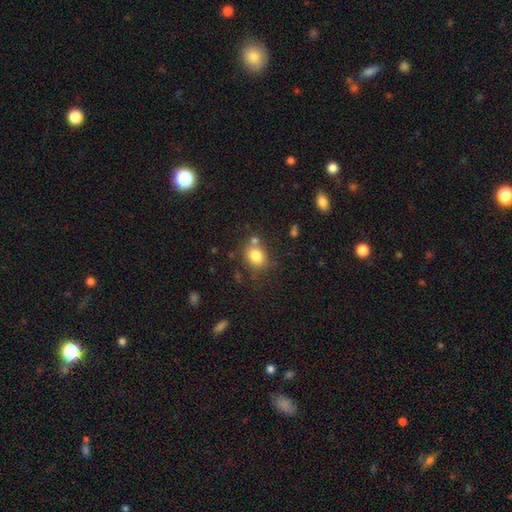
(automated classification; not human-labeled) smooth 81%, star or artifact 10%, featured or disk 8%. Down the decision tree: how rounded — round (56%); merging — none (66%).